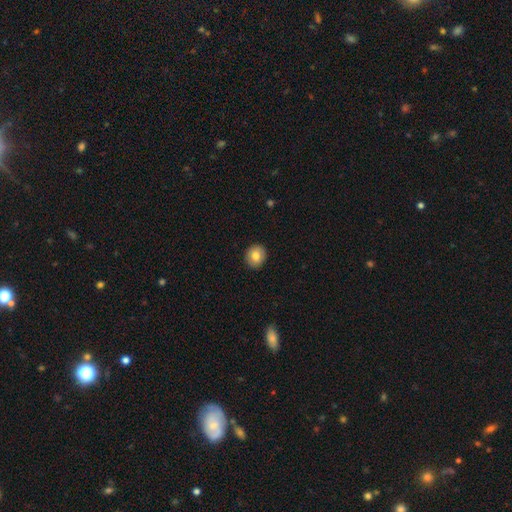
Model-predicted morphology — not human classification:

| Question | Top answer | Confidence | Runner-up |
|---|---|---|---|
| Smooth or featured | smooth | 81% | featured or disk (10%) |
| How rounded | round | 79% | in between (20%) |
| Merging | none | 91% | minor disturbance (6%) |